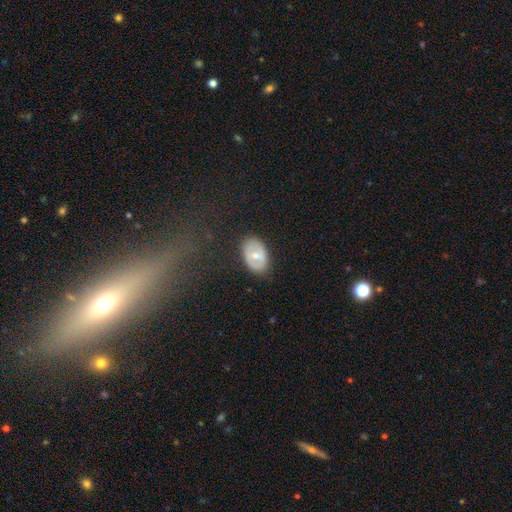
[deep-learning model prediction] Smooth or featured? Predicted: featured or disk (p=0.49). Merging? Predicted: none (p=0.84).